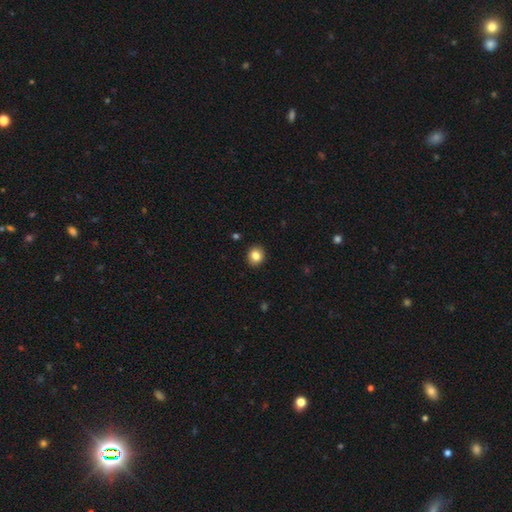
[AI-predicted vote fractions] A smooth galaxy with no disk features (84%) that is round (79%).

Vote fractions:
- Smooth or featured? smooth: 84% / star or artifact: 10% / featured or disk: 7%
- How rounded? round: 79% / in between: 20% / cigar-shaped: 1%
- Merging? none: 91% / minor disturbance: 6% / major disturbance: 2% / merger: 1%